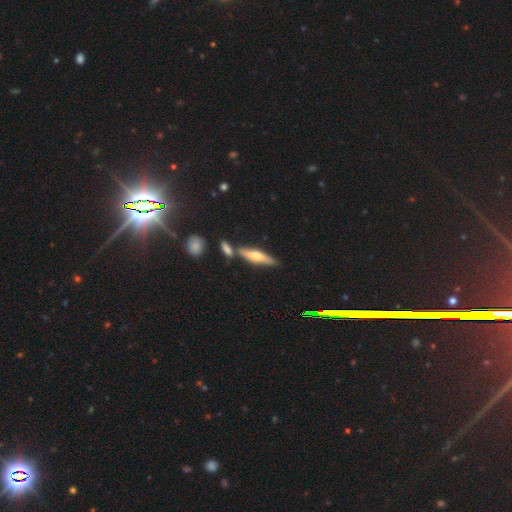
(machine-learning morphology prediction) Smooth or featured: featured or disk — 46% (smooth — 45%)
Merging: none — 71% (minor disturbance — 13%)